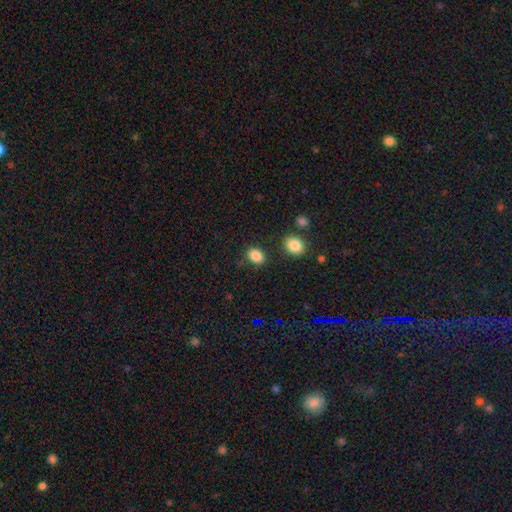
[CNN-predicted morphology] Q: Smooth or featured?
A: smooth (85%); runner-up: star or artifact (10%)
Q: How rounded?
A: in between (68%); runner-up: round (31%)
Q: Merging?
A: none (81%); runner-up: minor disturbance (11%)